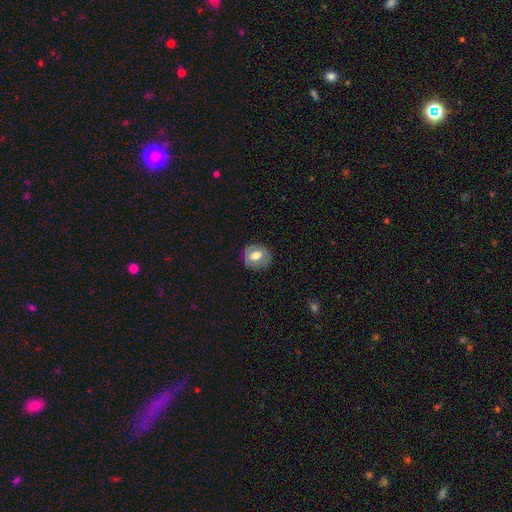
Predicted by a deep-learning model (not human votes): smooth_or_featured: smooth (p=0.59) [alt: featured or disk p=0.33]
how_rounded: round (p=0.58) [alt: in between p=0.41]
merging: none (p=0.82) [alt: minor disturbance p=0.13]